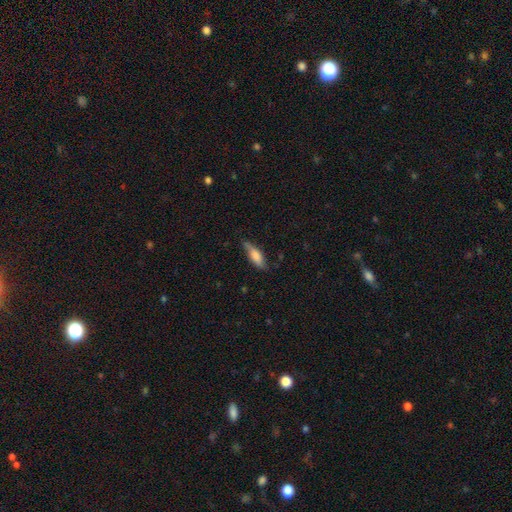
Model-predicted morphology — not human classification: smooth-or-featured: smooth: 73% | featured or disk: 21% | star or artifact: 6%
  how-rounded: in between: 59% | cigar-shaped: 39% | round: 2%
  merging: none: 64% | minor disturbance: 29% | major disturbance: 6% | merger: 2%